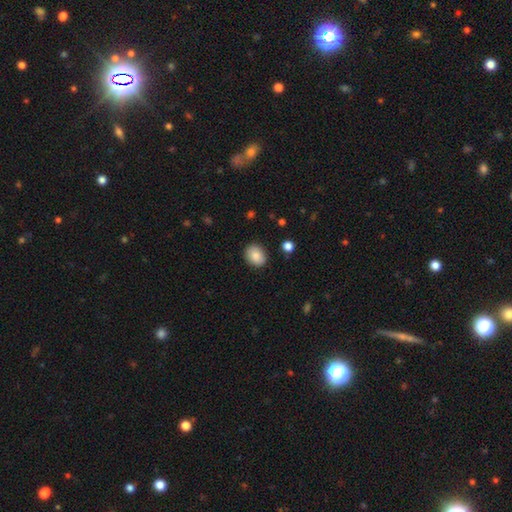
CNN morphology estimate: smooth_or_featured: smooth (p=0.86) [alt: star or artifact p=0.08]
how_rounded: in between (p=0.56) [alt: round p=0.43]
merging: none (p=0.87) [alt: minor disturbance p=0.09]